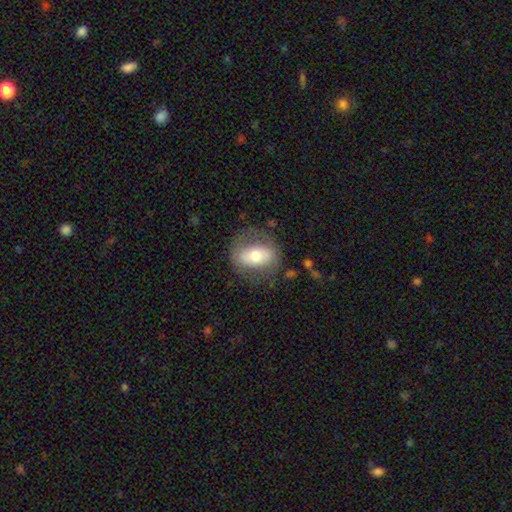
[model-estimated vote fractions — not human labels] Smooth or featured?
  - smooth: 53% *
  - featured or disk: 40%
  - star or artifact: 7%
How rounded?
  - in between: 66% *
  - round: 32%
  - cigar-shaped: 2%
Merging?
  - none: 72% *
  - minor disturbance: 16%
  - major disturbance: 11%
  - merger: 2%